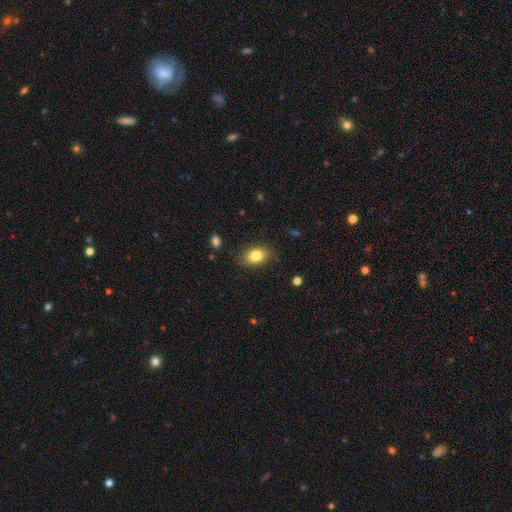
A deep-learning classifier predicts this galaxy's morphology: A smooth galaxy with no disk features (83%) that is in between round and cigar-shaped (87%). Merging: none (84%).